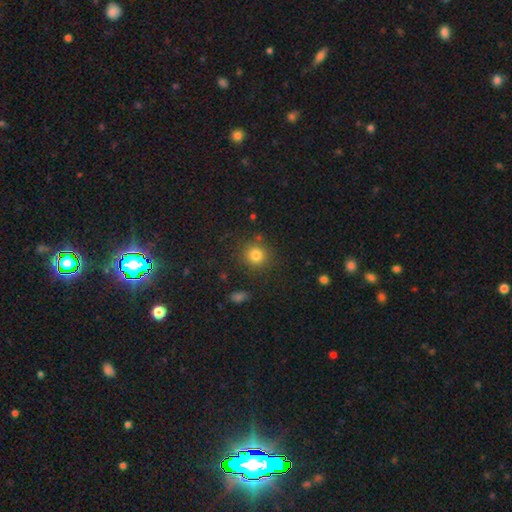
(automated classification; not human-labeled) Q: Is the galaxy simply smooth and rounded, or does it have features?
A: smooth — 81%.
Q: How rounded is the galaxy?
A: round — 90%.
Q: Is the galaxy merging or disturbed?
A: none — 85%.